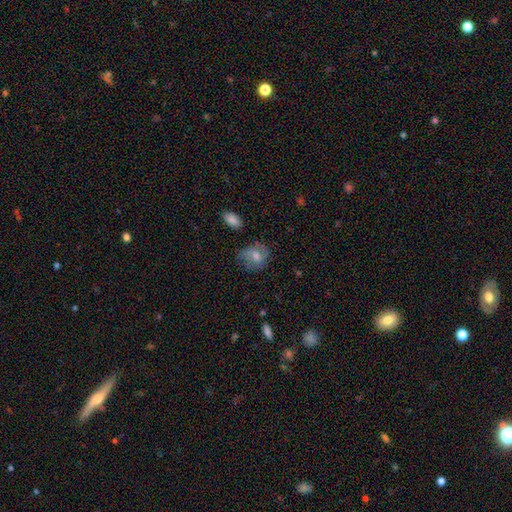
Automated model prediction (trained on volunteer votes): featured or disk 55%, smooth 32%, star or artifact 13%. Down the decision tree: edge-on disk — no (97%); bar — no (52%); spiral arms — yes (84%); bulge size — moderate (55%); merging — none (69%).